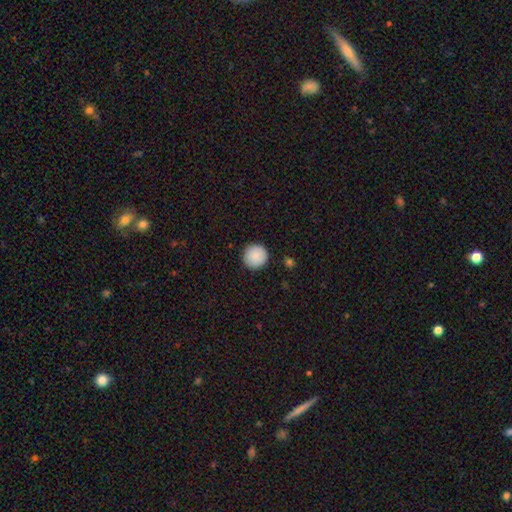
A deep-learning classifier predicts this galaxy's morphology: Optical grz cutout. It shows a smooth galaxy with no disk features (89%) that is round (96%). Merging: none (92%).